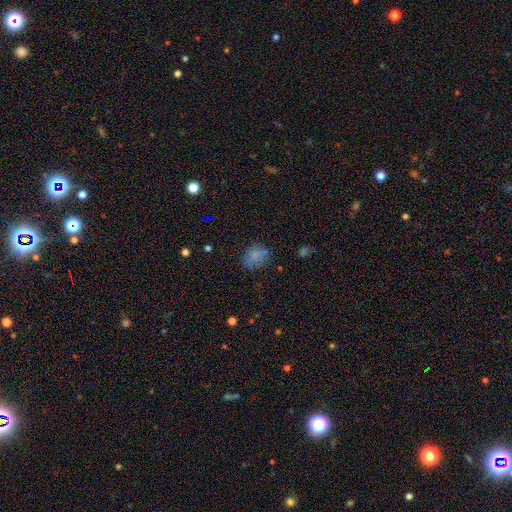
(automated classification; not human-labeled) A smooth galaxy with no disk features (78%) that is in between round and cigar-shaped (53%). Merging: none (72%).